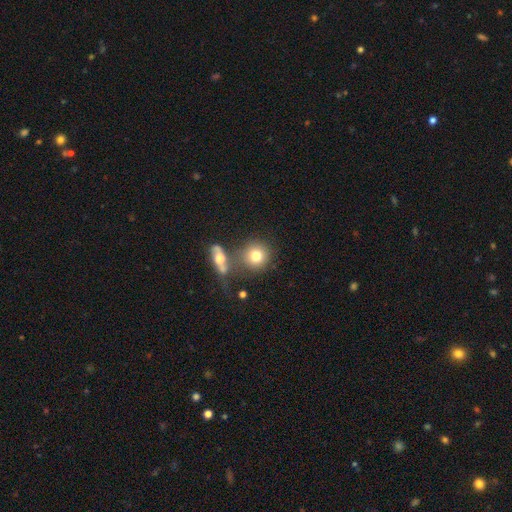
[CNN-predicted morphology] A smooth galaxy with no disk features (76%) that is round (87%).

Vote fractions:
- Smooth or featured? smooth: 76% / featured or disk: 14% / star or artifact: 10%
- How rounded? round: 87% / in between: 12% / cigar-shaped: 1%
- Merging? none: 59% / merger: 24% / minor disturbance: 11% / major disturbance: 6%